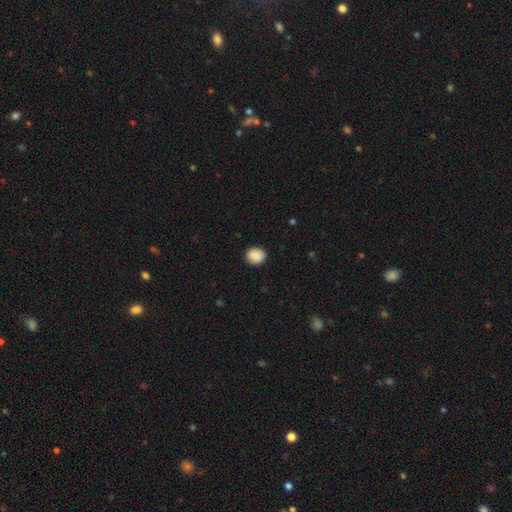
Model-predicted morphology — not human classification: Overall: smooth (87%). How rounded: round (75%). Merging: none (88%).